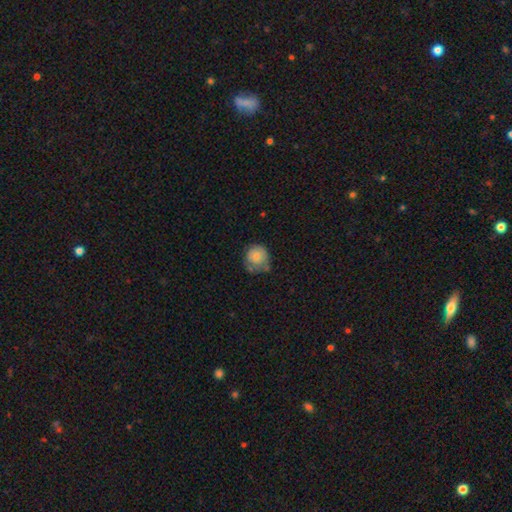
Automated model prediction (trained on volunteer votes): smooth_or_featured: smooth (p=0.75) [alt: featured or disk p=0.17]
how_rounded: round (p=0.89) [alt: in between p=0.10]
merging: none (p=0.56) [alt: minor disturbance p=0.31]